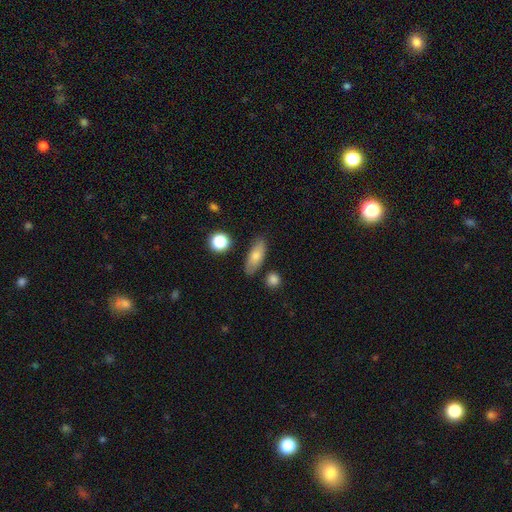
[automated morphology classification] Smooth or featured? smooth (74%)
How rounded? in between (67%)
Merging? none (82%)